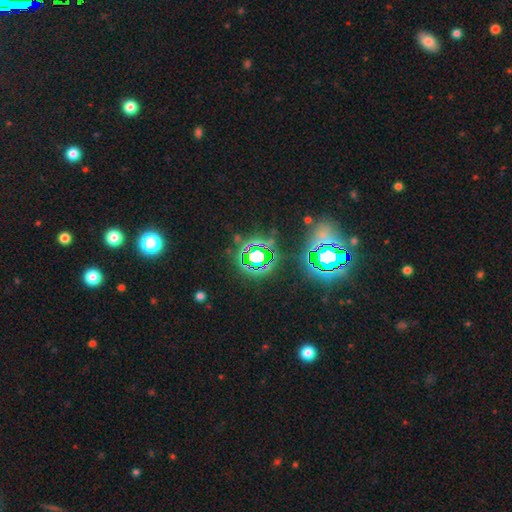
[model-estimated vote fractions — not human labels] This appears to be a star or artifact, not a galaxy (69%).